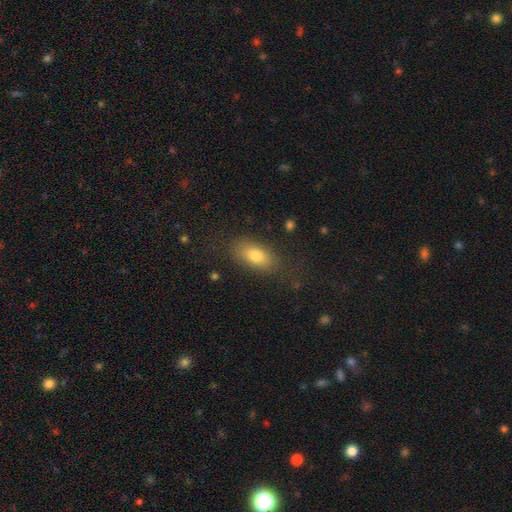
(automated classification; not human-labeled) smooth_or_featured: smooth (p=0.78) [alt: featured or disk p=0.13]
how_rounded: in between (p=0.86) [alt: cigar-shaped p=0.07]
merging: none (p=0.77) [alt: minor disturbance p=0.15]